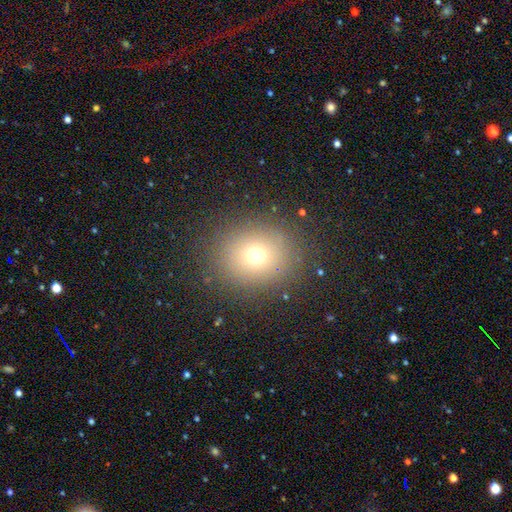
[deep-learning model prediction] Smooth or featured? Predicted: smooth (p=0.70). How rounded? Predicted: round (p=0.64). Merging? Predicted: none (p=0.86).